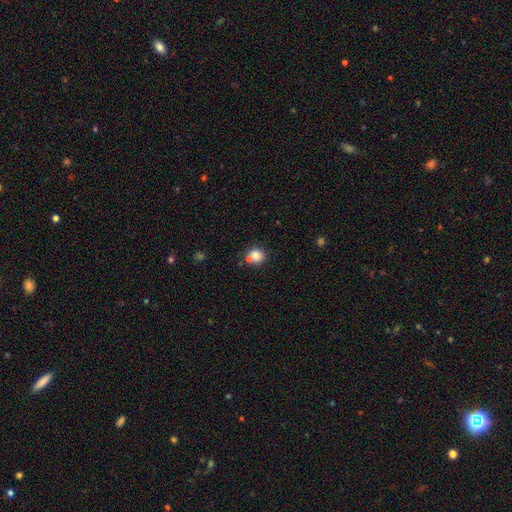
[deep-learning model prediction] Q: Smooth or featured?
A: smooth (78%); runner-up: featured or disk (11%)
Q: How rounded?
A: round (85%); runner-up: in between (14%)
Q: Merging?
A: none (61%); runner-up: merger (25%)